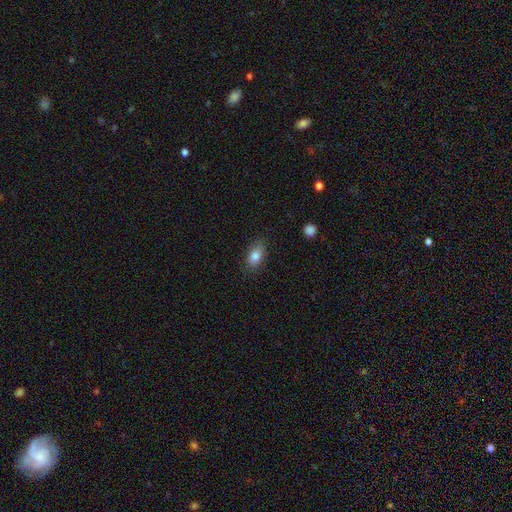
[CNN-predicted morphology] This appears to be a smooth galaxy with no disk features (82%) that is in between round and cigar-shaped (86%). Merging: none (83%).